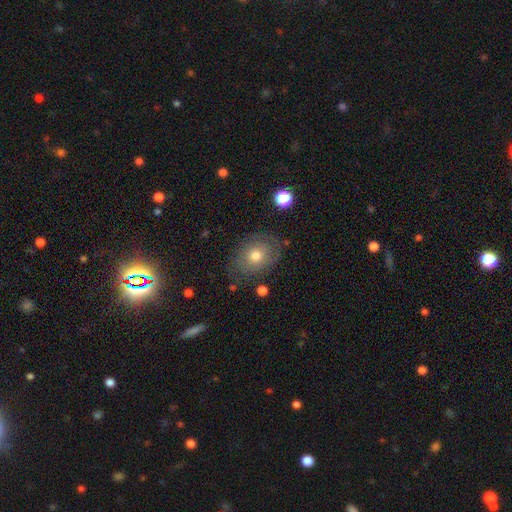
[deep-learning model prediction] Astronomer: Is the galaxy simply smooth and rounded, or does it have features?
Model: smooth — 62%.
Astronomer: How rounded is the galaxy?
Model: in between — 56% (runner-up: round, 43%).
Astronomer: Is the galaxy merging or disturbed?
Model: none — 75%.